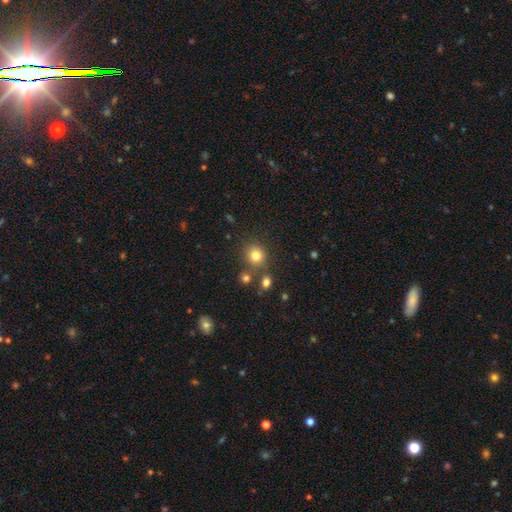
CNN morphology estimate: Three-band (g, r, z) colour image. It shows a smooth galaxy with no disk features (80%) that is round (86%). Merging: none (76%).